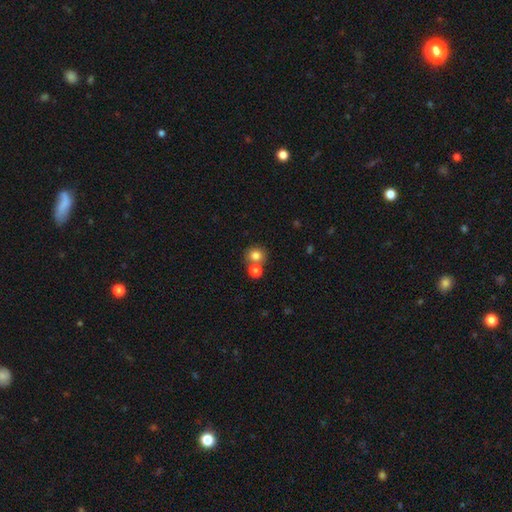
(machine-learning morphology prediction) type=smooth (80%); roundness=round (85%); merging=none (56%).